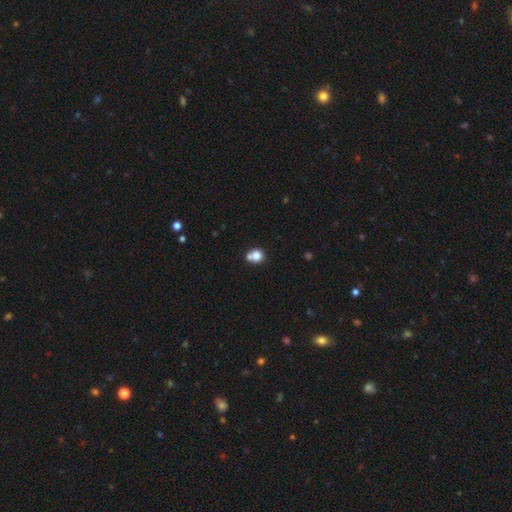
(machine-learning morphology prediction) Q: Smooth or featured?
A: smooth (79%); runner-up: star or artifact (11%)
Q: How rounded?
A: round (76%); runner-up: in between (23%)
Q: Merging?
A: none (46%); runner-up: merger (37%)